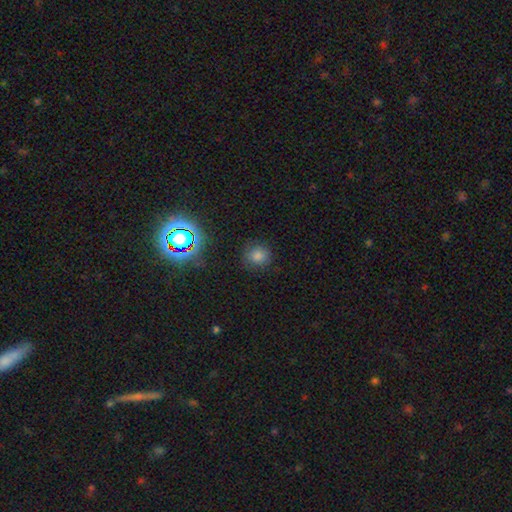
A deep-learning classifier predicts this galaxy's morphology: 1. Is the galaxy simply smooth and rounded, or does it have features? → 71% smooth, 23% star or artifact, 7% featured or disk.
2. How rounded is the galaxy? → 90% round, 9% in between, 1% cigar-shaped.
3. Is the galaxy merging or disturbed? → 85% none, 10% minor disturbance, 3% major disturbance, 1% merger.